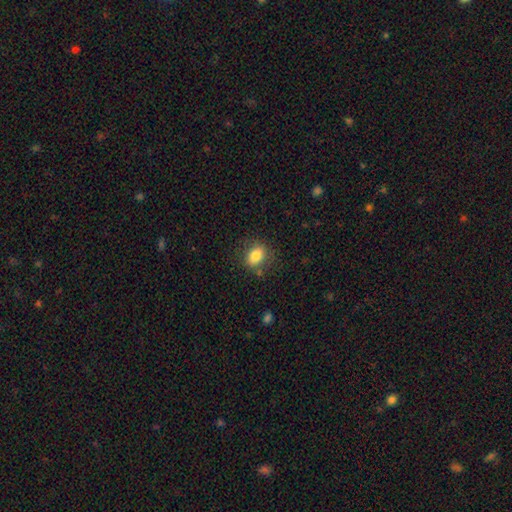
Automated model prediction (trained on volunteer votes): smooth-or-featured: smooth: 81% | featured or disk: 9% | star or artifact: 9%
  how-rounded: in between: 64% | round: 35% | cigar-shaped: 1%
  merging: none: 78% | minor disturbance: 14% | major disturbance: 5% | merger: 3%